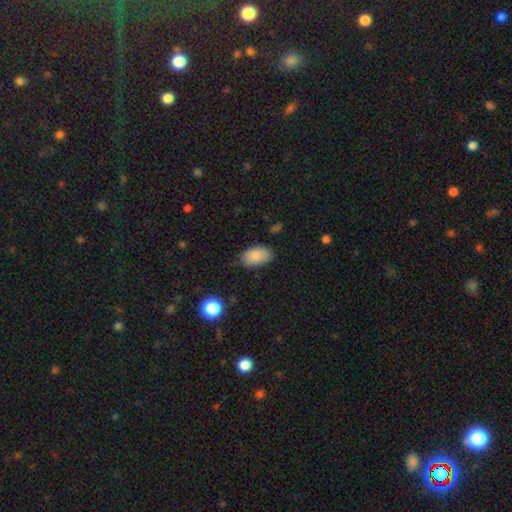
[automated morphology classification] The model was most divided on "merging": none: 79%, minor disturbance: 17%, major disturbance: 3%, merger: 2%. More confident: how rounded — in between (93%); smooth or featured — smooth (86%).